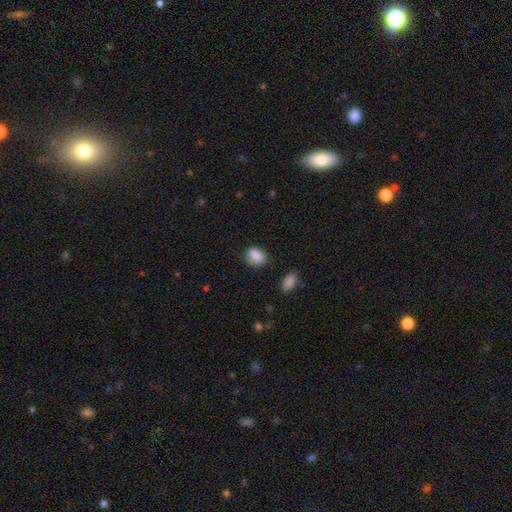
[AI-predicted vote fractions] This appears to be a smooth galaxy with no disk features (87%) that is in between round and cigar-shaped (71%). Merging: none (77%).